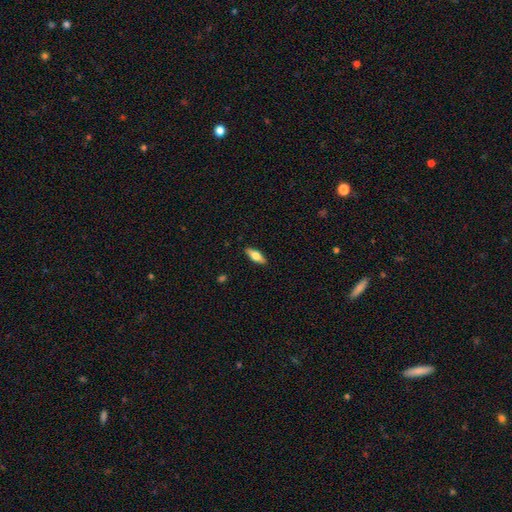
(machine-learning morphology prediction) Smooth or featured: smooth — 60% (featured or disk — 34%)
How rounded: in between — 65% (cigar-shaped — 32%)
Merging: none — 89% (minor disturbance — 8%)